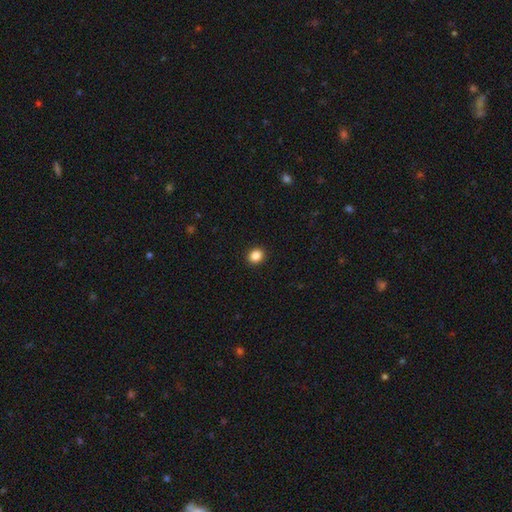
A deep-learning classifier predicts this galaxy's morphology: Smooth or featured? smooth (86%)
How rounded? round (68%)
Merging? none (92%)